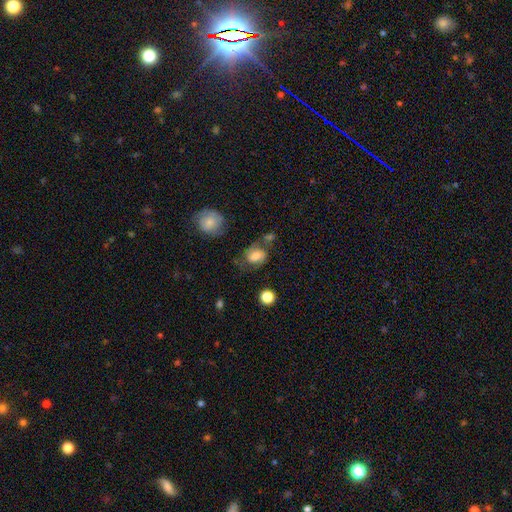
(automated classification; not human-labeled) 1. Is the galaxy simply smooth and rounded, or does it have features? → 56% smooth, 34% featured or disk, 10% star or artifact.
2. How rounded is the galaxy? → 52% in between, 46% round, 1% cigar-shaped.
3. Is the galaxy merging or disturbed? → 50% none, 23% minor disturbance, 15% major disturbance, 12% merger.